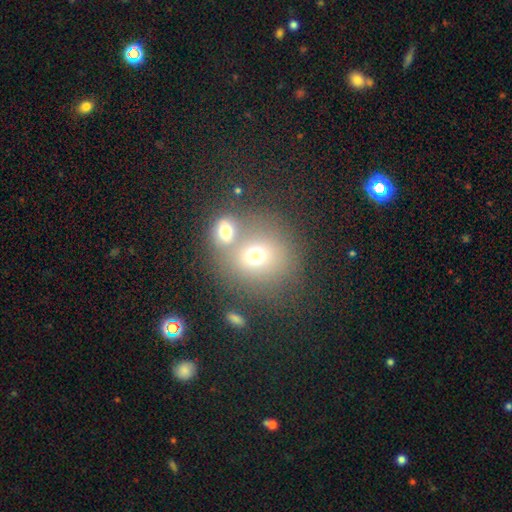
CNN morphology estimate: A smooth galaxy with no disk features (69%) that is round (79%). Merging: merger (46%).